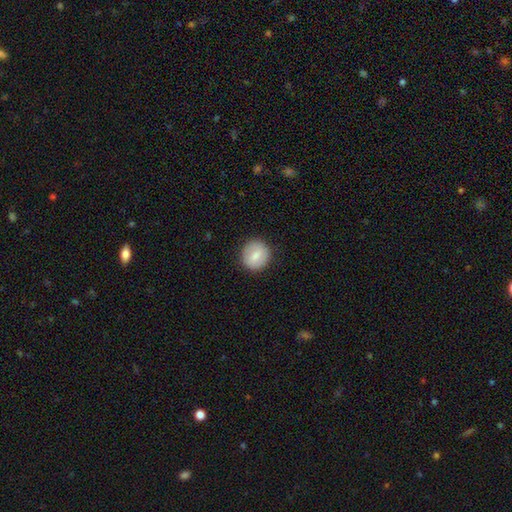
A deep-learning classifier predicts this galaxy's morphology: smooth_or_featured: smooth (p=0.74) [alt: featured or disk p=0.19]
how_rounded: round (p=0.86) [alt: in between p=0.13]
merging: none (p=0.87) [alt: minor disturbance p=0.09]